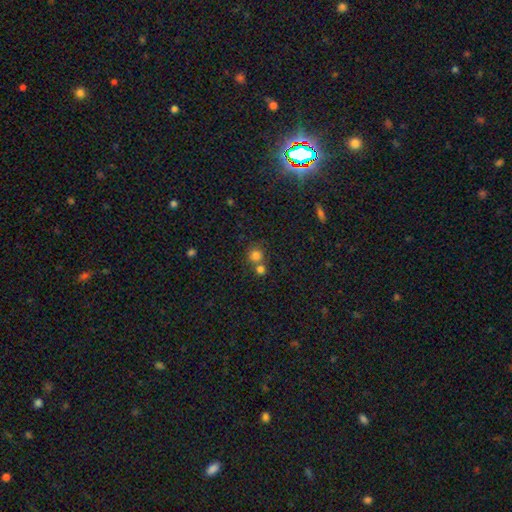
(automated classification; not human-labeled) This is likely a smooth galaxy (79%). How rounded: clearly round (89%). Merging: possibly none (52%).